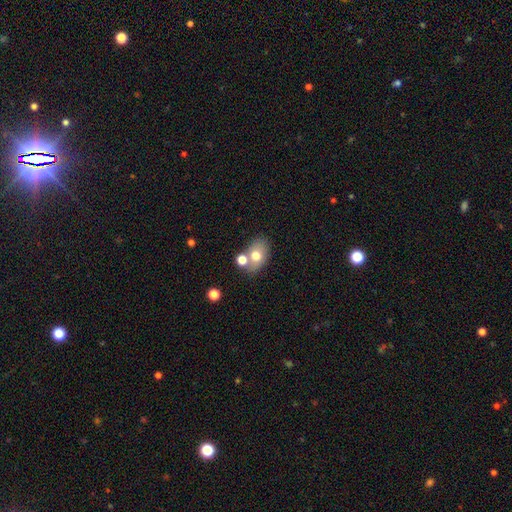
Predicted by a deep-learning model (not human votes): Q: Smooth or featured?
A: smooth (70%); runner-up: featured or disk (20%)
Q: How rounded?
A: in between (75%); runner-up: round (23%)
Q: Merging?
A: none (59%); runner-up: merger (23%)